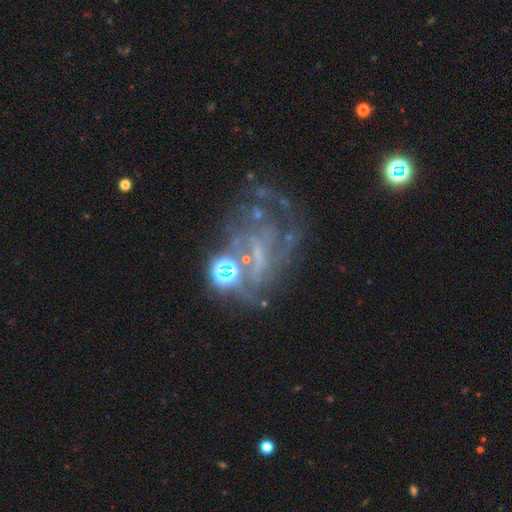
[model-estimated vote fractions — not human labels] Overall: featured or disk (58%; star or artifact 27%). Edge-on disk: no (97%). Bar: no (68%). Spiral arms: no (60%; yes 40%). Bulge size: none (58%; small 25%). Merging: none (39%; major disturbance 34%).